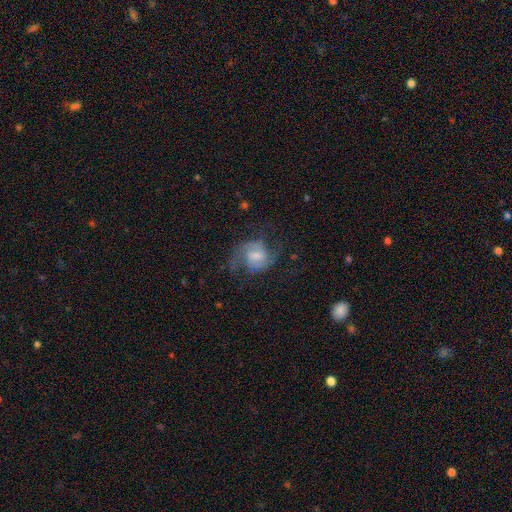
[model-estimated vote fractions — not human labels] Smooth or featured?
  - featured or disk: 76% *
  - smooth: 16%
  - star or artifact: 8%
Edge-on disk?
  - no: 98% *
  - yes: 2%
Bar?
  - weak: 56% *
  - no: 29%
  - strong: 15%
Spiral arms?
  - yes: 94% *
  - no: 6%
Spiral winding?
  - medium: 54% *
  - loose: 28%
  - tight: 18%
Spiral arm count?
  - 2: 84% *
  - can't tell: 7%
  - 3: 3%
  - 1: 3%
  - 4: 1%
  - more than 4: 1%
Bulge size?
  - moderate: 36% *
  - small: 32%
  - none: 19%
  - large: 12%
  - dominant: 2%
Merging?
  - none: 62% *
  - minor disturbance: 19%
  - major disturbance: 17%
  - merger: 2%